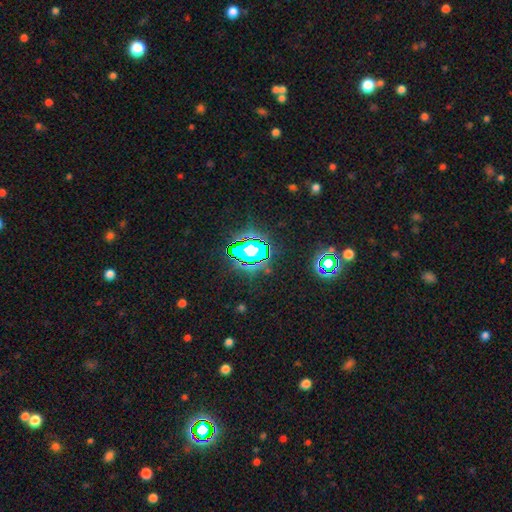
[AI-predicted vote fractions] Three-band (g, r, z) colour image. It shows a star or artifact, not a galaxy (82%).